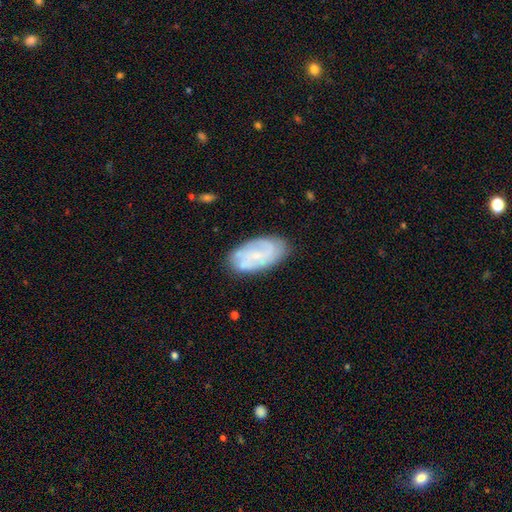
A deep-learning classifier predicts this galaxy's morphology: smooth-or-featured: featured or disk: 65% | smooth: 28% | star or artifact: 7%
  disk-edge-on: no: 96% | yes: 4%
    bar: no: 56% | weak: 36% | strong: 7%
    has-spiral-arms: yes: 86% | no: 14%
      spiral-winding: tight: 44% | medium: 39% | loose: 17%
      spiral-arm-count: 2: 42% | can't tell: 33% | 3: 14% | 4: 4% | 1: 4% | more than 4: 3%
    bulge-size: small: 67% | none: 16% | moderate: 15% | large: 1% | dominant: 1%
  merging: none: 75% | minor disturbance: 18% | major disturbance: 5% | merger: 2%